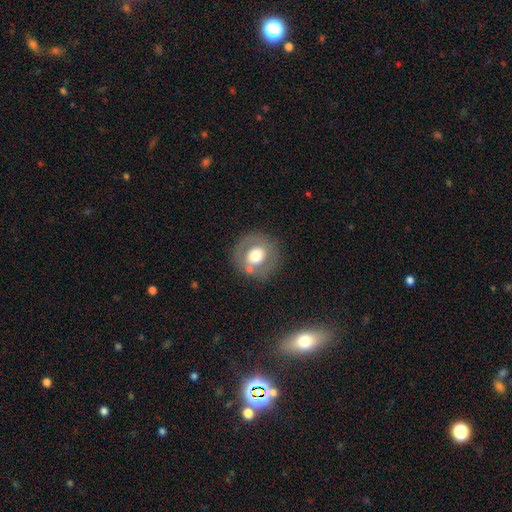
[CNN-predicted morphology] Q: Smooth or featured?
A: smooth (55%); runner-up: featured or disk (36%)
Q: How rounded?
A: round (87%); runner-up: in between (13%)
Q: Merging?
A: none (77%); runner-up: minor disturbance (12%)